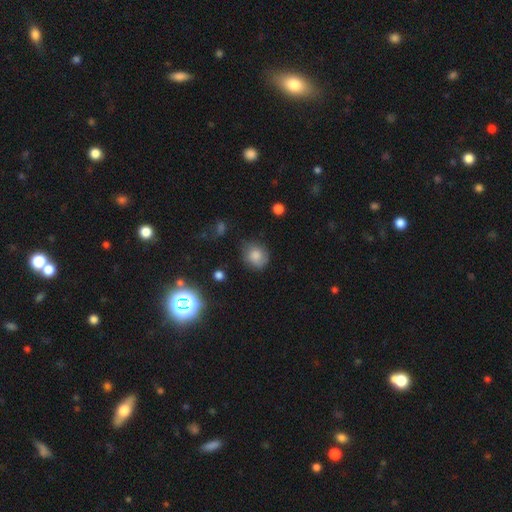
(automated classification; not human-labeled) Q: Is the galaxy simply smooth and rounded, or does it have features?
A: smooth — 78%.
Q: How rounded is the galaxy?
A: round — 72%.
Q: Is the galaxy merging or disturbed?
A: none — 70%.